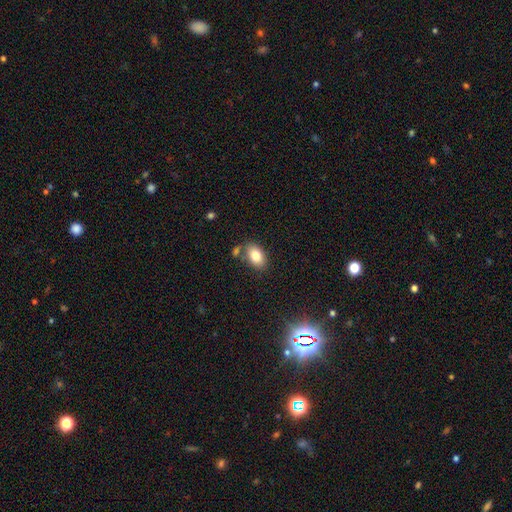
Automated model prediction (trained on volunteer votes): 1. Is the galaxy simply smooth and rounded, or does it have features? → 81% smooth, 11% featured or disk, 8% star or artifact.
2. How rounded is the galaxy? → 90% in between, 9% round, 2% cigar-shaped.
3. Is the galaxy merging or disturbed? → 70% none, 14% minor disturbance, 12% merger, 4% major disturbance.